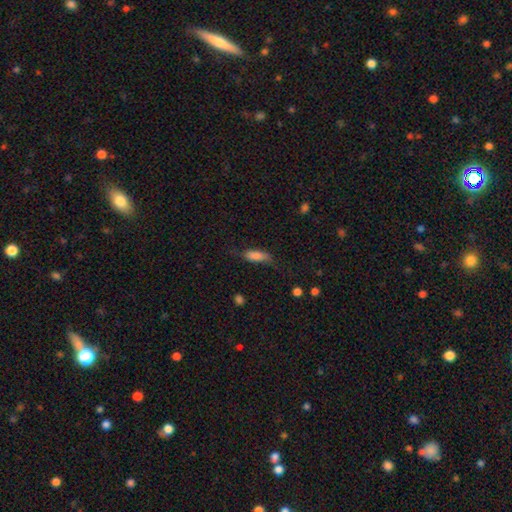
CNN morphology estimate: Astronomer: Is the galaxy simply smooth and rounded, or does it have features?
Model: smooth — 79%.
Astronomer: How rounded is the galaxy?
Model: in between — 72%.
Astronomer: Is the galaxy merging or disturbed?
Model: none — 53% (runner-up: minor disturbance, 30%).